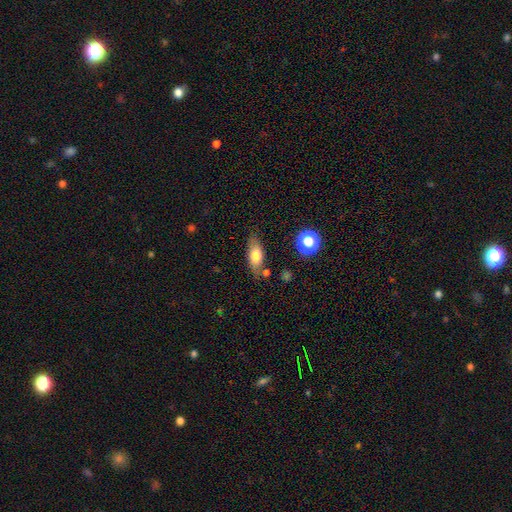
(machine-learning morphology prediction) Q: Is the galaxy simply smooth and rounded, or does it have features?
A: smooth — 68%.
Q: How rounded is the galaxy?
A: in between — 72%.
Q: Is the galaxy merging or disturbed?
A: none — 75%.